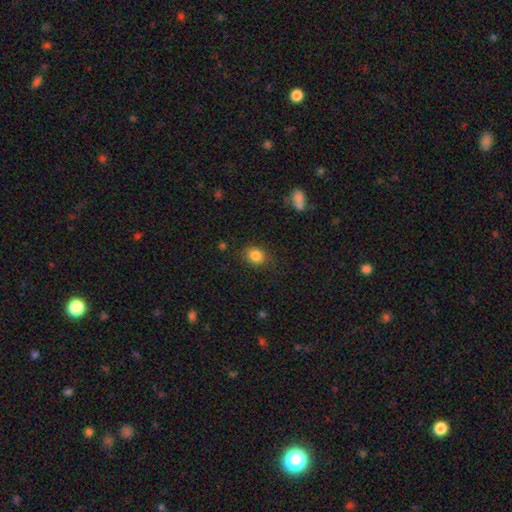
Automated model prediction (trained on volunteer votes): Overall: smooth (85%). How rounded: round (58%; in between 41%). Merging: none (84%).